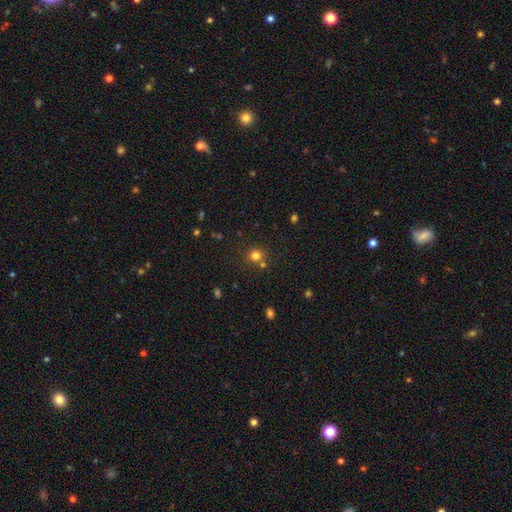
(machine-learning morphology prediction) smooth-or-featured: smooth: 76% | star or artifact: 17% | featured or disk: 6%
  how-rounded: round: 88% | in between: 11% | cigar-shaped: 1%
  merging: none: 74% | merger: 15% | minor disturbance: 8% | major disturbance: 3%